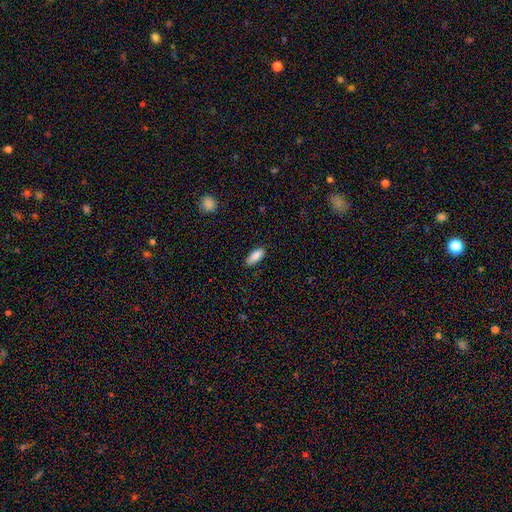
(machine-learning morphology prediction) Q: Smooth or featured?
A: smooth (89%); runner-up: star or artifact (7%)
Q: How rounded?
A: in between (83%); runner-up: cigar-shaped (15%)
Q: Merging?
A: none (85%); runner-up: minor disturbance (11%)